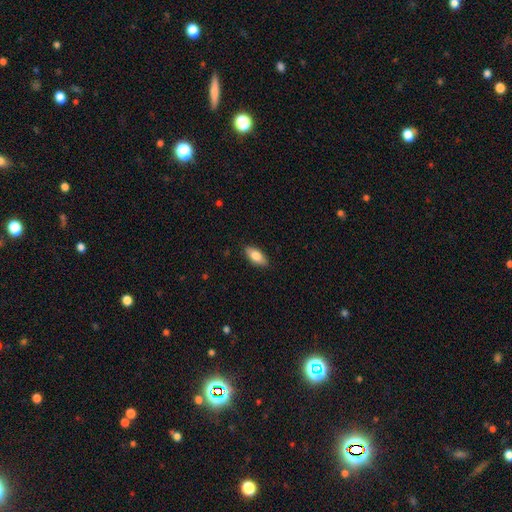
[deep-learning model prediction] This appears to be a smooth galaxy with no disk features (79%) that is in between round and cigar-shaped (86%). Merging: none (88%).